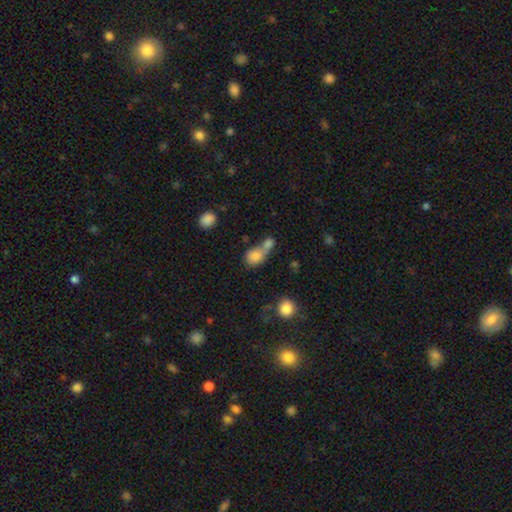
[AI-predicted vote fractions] This is likely a smooth galaxy (80%). How rounded: possibly in between (55%). Merging: likely merger (63%).